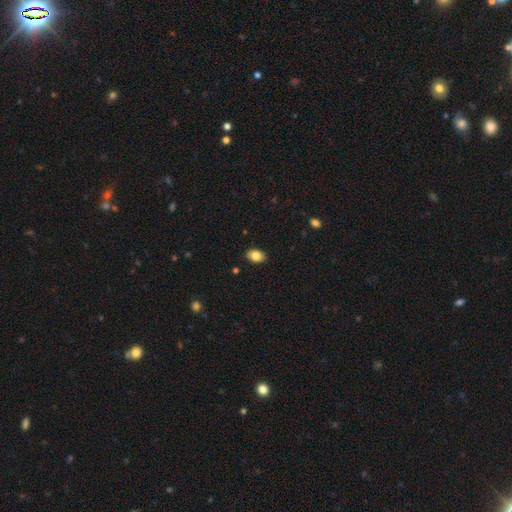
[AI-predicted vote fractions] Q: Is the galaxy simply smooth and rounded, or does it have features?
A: smooth — 83%.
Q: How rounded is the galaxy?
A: in between — 84%.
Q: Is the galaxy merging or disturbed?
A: none — 89%.